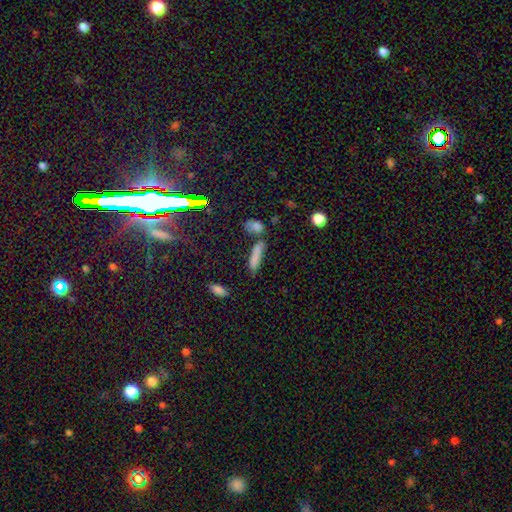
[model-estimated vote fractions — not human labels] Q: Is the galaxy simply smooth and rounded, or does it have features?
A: smooth — 76%.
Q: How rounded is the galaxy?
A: cigar-shaped — 75%.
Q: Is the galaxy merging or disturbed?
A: none — 55%.